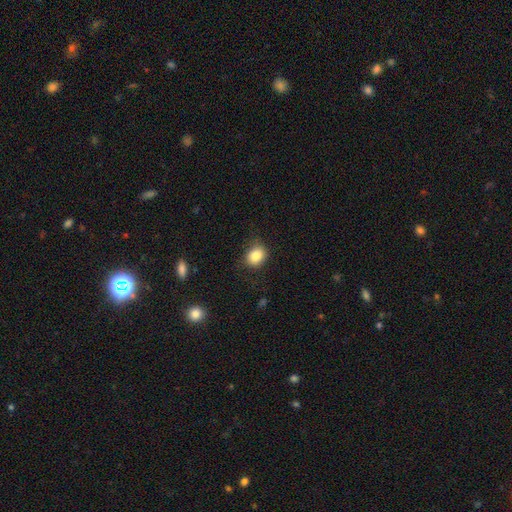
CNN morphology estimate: Q: Smooth or featured?
A: smooth (85%); runner-up: star or artifact (9%)
Q: How rounded?
A: round (53%); runner-up: in between (46%)
Q: Merging?
A: none (75%); runner-up: minor disturbance (19%)